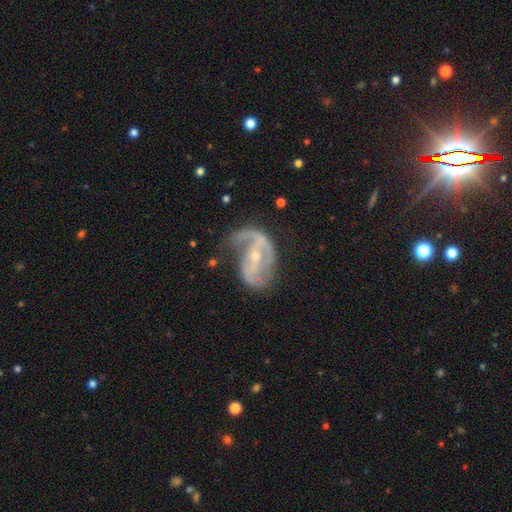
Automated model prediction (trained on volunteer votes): smooth-or-featured: featured or disk: 84% | smooth: 9% | star or artifact: 7%
  disk-edge-on: no: 96% | yes: 4%
    bar: strong: 37% | weak: 36% | no: 27%
    has-spiral-arms: yes: 88% | no: 12%
      spiral-winding: medium: 43% | loose: 35% | tight: 22%
      spiral-arm-count: 2: 60% | 1: 24% | can't tell: 11% | 3: 3% | 4: 1% | more than 4: 1%
    bulge-size: small: 67% | moderate: 29% | none: 2% | large: 1% | dominant: 1%
  merging: none: 39% | major disturbance: 32% | minor disturbance: 26% | merger: 3%